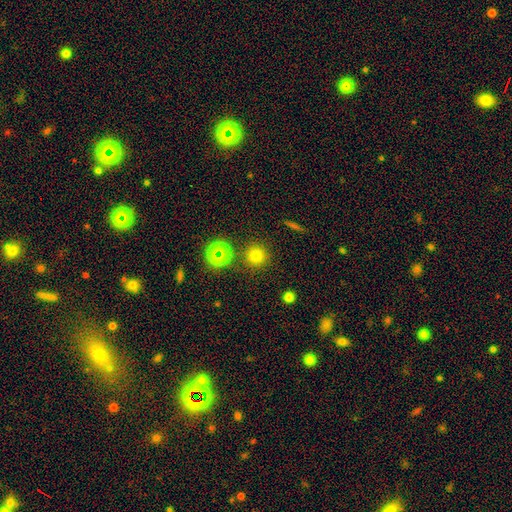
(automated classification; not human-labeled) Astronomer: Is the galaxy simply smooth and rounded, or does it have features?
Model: smooth — 71%.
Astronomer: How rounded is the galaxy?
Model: round — 95%.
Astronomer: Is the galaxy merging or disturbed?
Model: none — 88%.